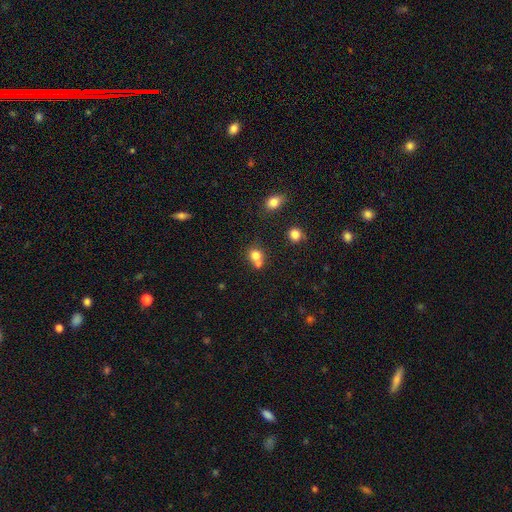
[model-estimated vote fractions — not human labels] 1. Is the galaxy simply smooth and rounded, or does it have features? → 75% smooth, 13% star or artifact, 11% featured or disk.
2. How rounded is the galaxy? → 78% round, 21% in between, 1% cigar-shaped.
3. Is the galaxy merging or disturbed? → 50% merger, 40% none, 7% minor disturbance, 3% major disturbance.